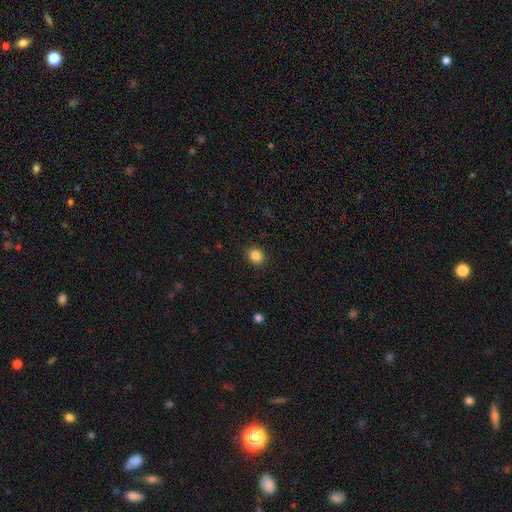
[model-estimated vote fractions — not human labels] smooth_or_featured: smooth (p=0.85) [alt: star or artifact p=0.11]
how_rounded: round (p=0.68) [alt: in between p=0.31]
merging: none (p=0.90) [alt: minor disturbance p=0.07]